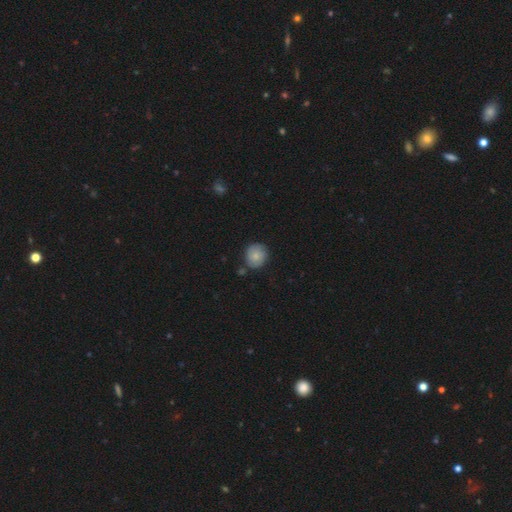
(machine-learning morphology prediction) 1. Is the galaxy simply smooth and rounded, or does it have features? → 73% smooth, 20% featured or disk, 8% star or artifact.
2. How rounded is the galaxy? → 82% round, 17% in between, 1% cigar-shaped.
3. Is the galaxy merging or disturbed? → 76% none, 16% minor disturbance, 4% merger, 3% major disturbance.